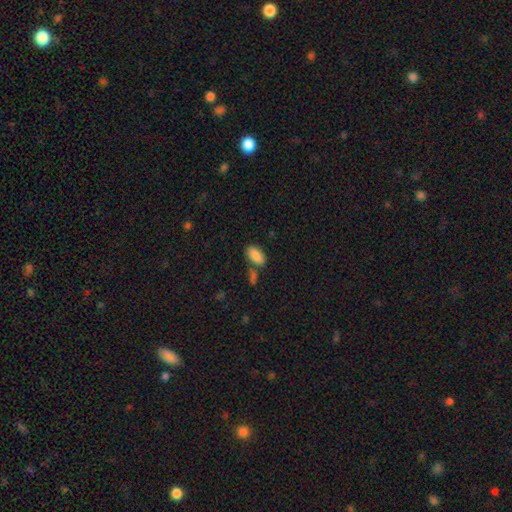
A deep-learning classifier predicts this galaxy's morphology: A smooth galaxy with no disk features (88%) that is in between round and cigar-shaped (94%).

Vote fractions:
- Smooth or featured? smooth: 88% / star or artifact: 8% / featured or disk: 5%
- How rounded? in between: 94% / round: 3% / cigar-shaped: 3%
- Merging? none: 66% / merger: 17% / minor disturbance: 13% / major disturbance: 4%